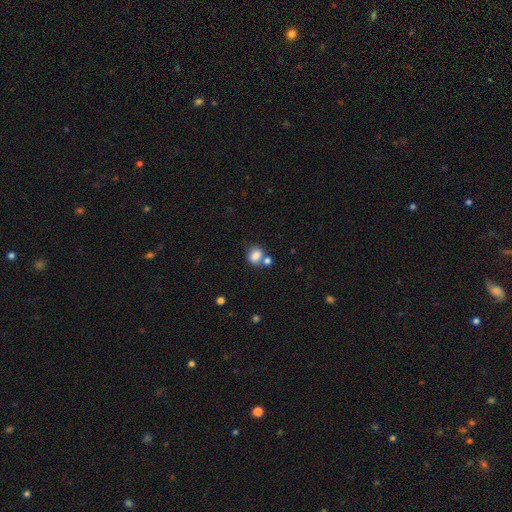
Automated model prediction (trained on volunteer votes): A smooth galaxy with no disk features (83%) that is in between round and cigar-shaped (54%).

Vote fractions:
- Smooth or featured? smooth: 83% / star or artifact: 10% / featured or disk: 7%
- How rounded? in between: 54% / round: 45% / cigar-shaped: 1%
- Merging? none: 50% / merger: 31% / minor disturbance: 14% / major disturbance: 5%